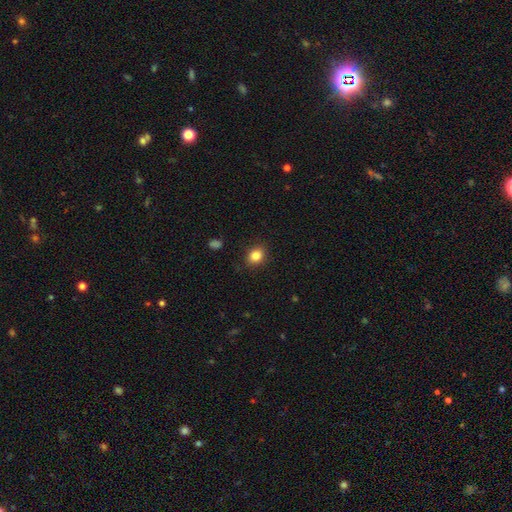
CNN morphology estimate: smooth-or-featured: smooth: 85% | star or artifact: 10% | featured or disk: 5%
  how-rounded: round: 56% | in between: 43% | cigar-shaped: 1%
  merging: none: 87% | minor disturbance: 9% | major disturbance: 3% | merger: 1%